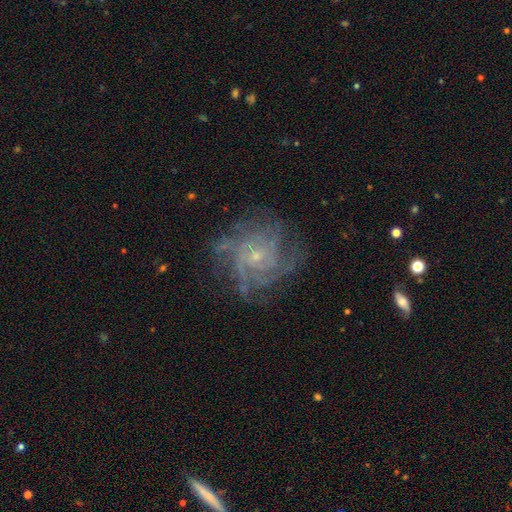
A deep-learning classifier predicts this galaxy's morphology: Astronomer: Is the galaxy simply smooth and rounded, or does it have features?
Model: featured or disk — 84%.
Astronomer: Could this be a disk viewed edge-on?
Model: no — 97%.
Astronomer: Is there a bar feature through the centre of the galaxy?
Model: no — 74%.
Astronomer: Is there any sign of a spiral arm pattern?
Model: yes — 96%.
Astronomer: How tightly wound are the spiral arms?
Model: tight — 60%.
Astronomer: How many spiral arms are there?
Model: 4 — 29% (runner-up: can't tell, 24%).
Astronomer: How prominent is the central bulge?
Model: small — 77%.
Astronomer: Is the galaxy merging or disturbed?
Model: none — 72%.